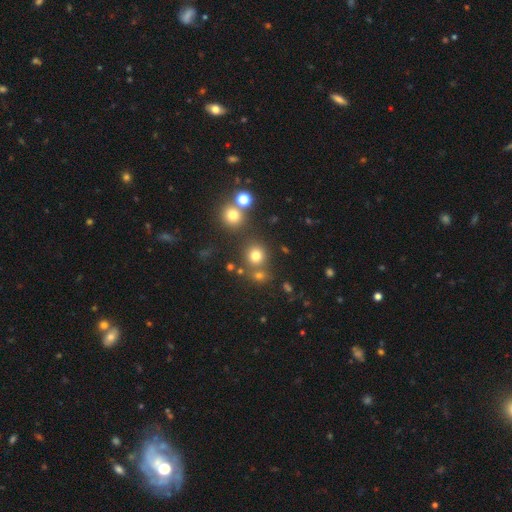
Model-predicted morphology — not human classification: A smooth galaxy with no disk features (74%) that is round (88%).

Vote fractions:
- Smooth or featured? smooth: 74% / star or artifact: 18% / featured or disk: 7%
- How rounded? round: 88% / in between: 11% / cigar-shaped: 1%
- Merging? none: 71% / merger: 15% / minor disturbance: 9% / major disturbance: 4%